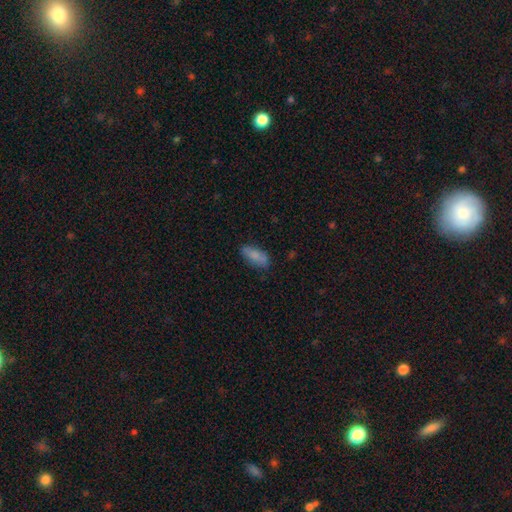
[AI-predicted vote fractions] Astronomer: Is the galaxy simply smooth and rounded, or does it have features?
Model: smooth — 80%.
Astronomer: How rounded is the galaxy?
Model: in between — 74%.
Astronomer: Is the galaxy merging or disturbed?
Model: none — 71%.